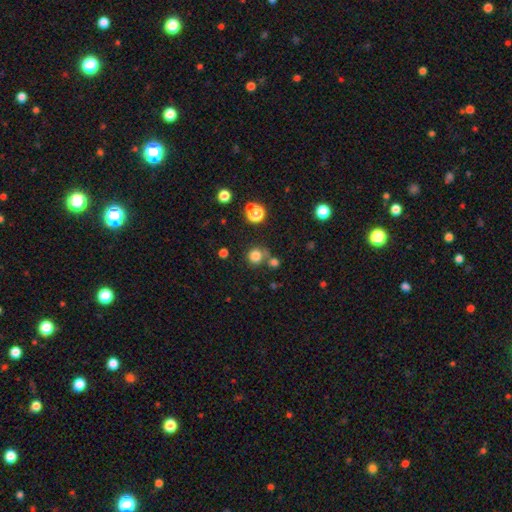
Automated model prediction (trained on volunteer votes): smooth_or_featured: smooth (p=0.79) [alt: star or artifact p=0.15]
how_rounded: round (p=0.91) [alt: in between p=0.08]
merging: none (p=0.66) [alt: merger p=0.19]